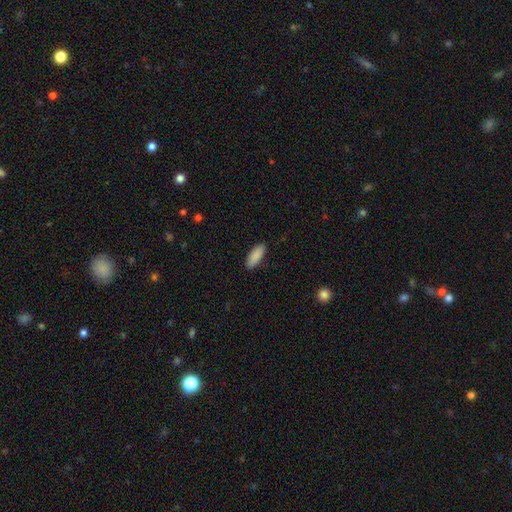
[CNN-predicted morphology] Smooth or featured? smooth (89%)
How rounded? in between (78%)
Merging? none (88%)